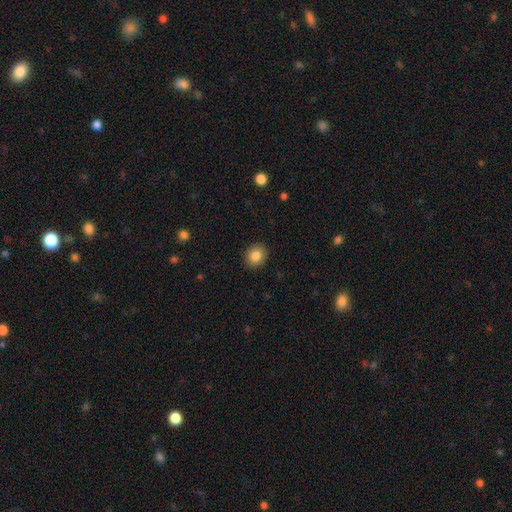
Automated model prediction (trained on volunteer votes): Smooth or featured? Predicted: smooth (p=0.84). How rounded? Predicted: round (p=0.69). Merging? Predicted: none (p=0.91).